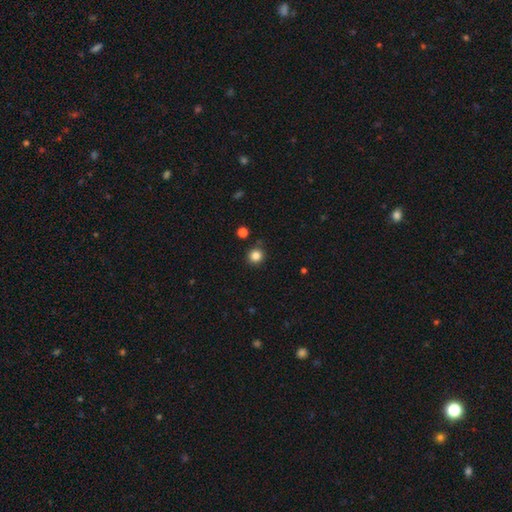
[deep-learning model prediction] Smooth or featured?
  - smooth: 83% *
  - star or artifact: 12%
  - featured or disk: 4%
How rounded?
  - round: 93% *
  - in between: 6%
  - cigar-shaped: 1%
Merging?
  - none: 89% *
  - minor disturbance: 6%
  - merger: 3%
  - major disturbance: 2%